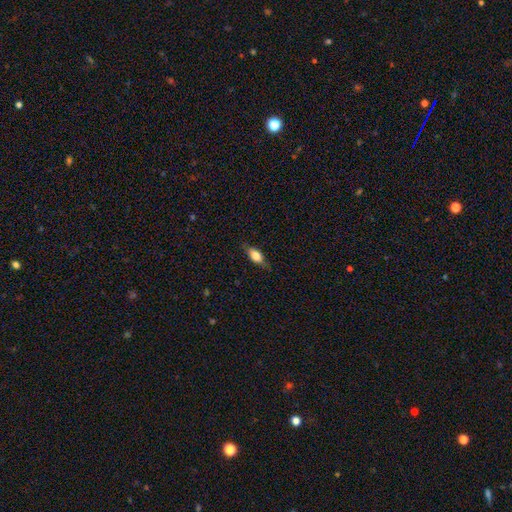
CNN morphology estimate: Smooth or featured: smooth — 74% (featured or disk — 19%)
How rounded: in between — 82% (cigar-shaped — 14%)
Merging: none — 77% (minor disturbance — 19%)